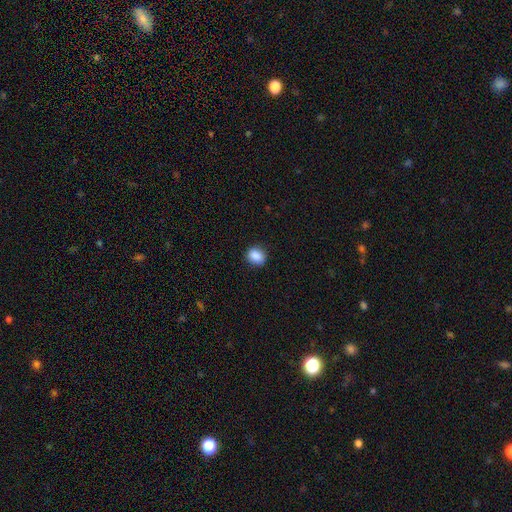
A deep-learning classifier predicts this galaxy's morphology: Q: Smooth or featured?
A: smooth (88%); runner-up: star or artifact (9%)
Q: How rounded?
A: round (60%); runner-up: in between (39%)
Q: Merging?
A: none (87%); runner-up: minor disturbance (9%)